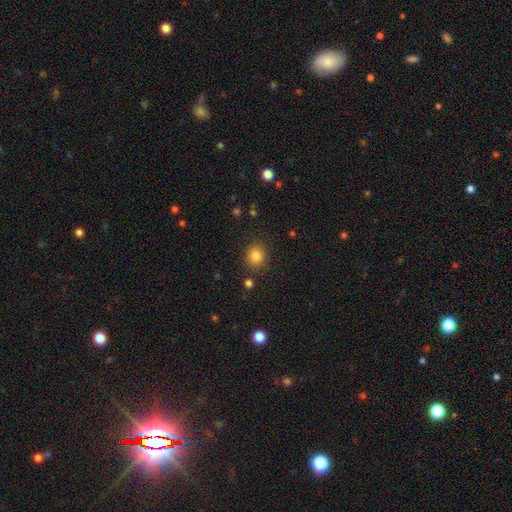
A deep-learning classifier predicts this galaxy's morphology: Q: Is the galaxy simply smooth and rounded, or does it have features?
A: smooth — 84%.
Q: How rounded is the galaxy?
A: round — 77%.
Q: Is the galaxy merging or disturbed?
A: none — 84%.